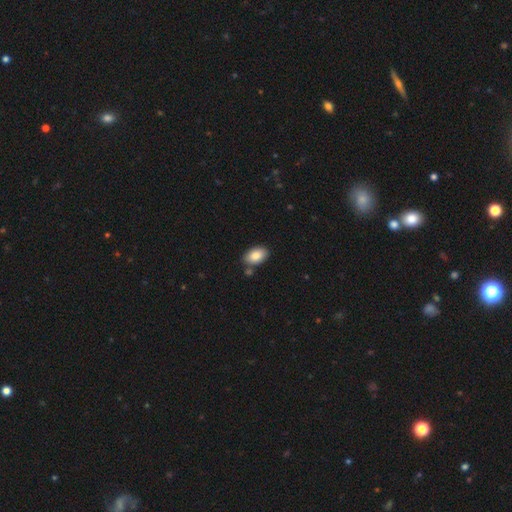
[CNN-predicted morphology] A smooth galaxy with no disk features (85%) that is in between round and cigar-shaped (92%).

Vote fractions:
- Smooth or featured? smooth: 85% / featured or disk: 8% / star or artifact: 7%
- How rounded? in between: 92% / round: 7% / cigar-shaped: 1%
- Merging? none: 79% / minor disturbance: 12% / merger: 7% / major disturbance: 3%